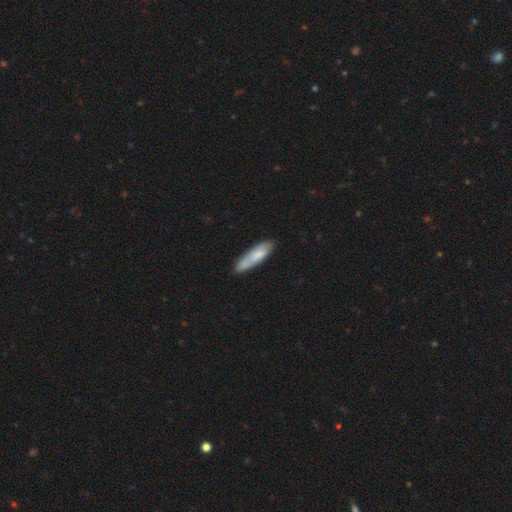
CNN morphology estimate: Smooth or featured?
  - smooth: 71% *
  - featured or disk: 24%
  - star or artifact: 6%
How rounded?
  - cigar-shaped: 64% *
  - in between: 34%
  - round: 1%
Merging?
  - none: 74% *
  - minor disturbance: 20%
  - major disturbance: 3%
  - merger: 3%